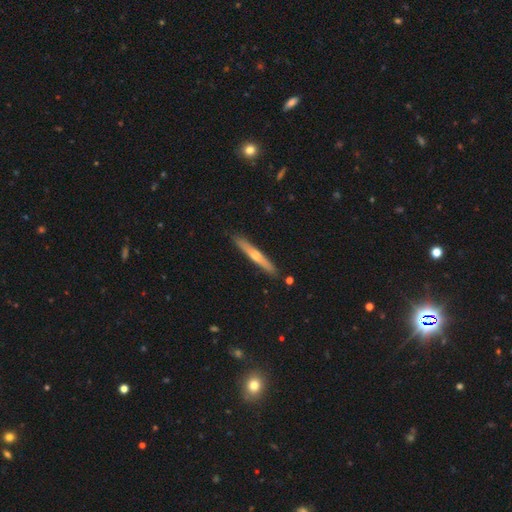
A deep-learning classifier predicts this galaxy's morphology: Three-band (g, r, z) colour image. It shows a featured or disk galaxy (49%). Merging: none (89%).